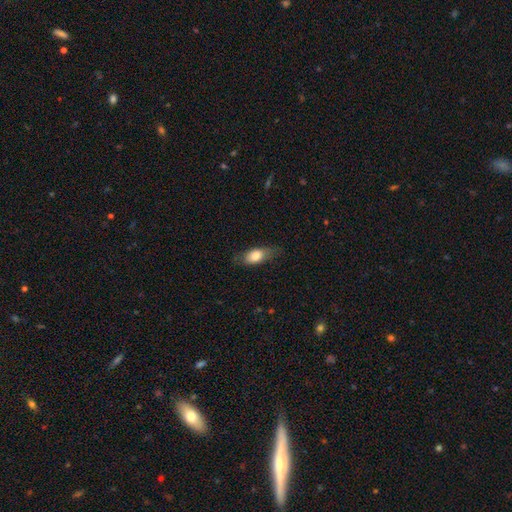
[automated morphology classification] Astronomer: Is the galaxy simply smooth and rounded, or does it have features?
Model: smooth — 76%.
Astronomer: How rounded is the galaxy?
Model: in between — 80%.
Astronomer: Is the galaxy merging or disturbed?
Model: none — 71%.